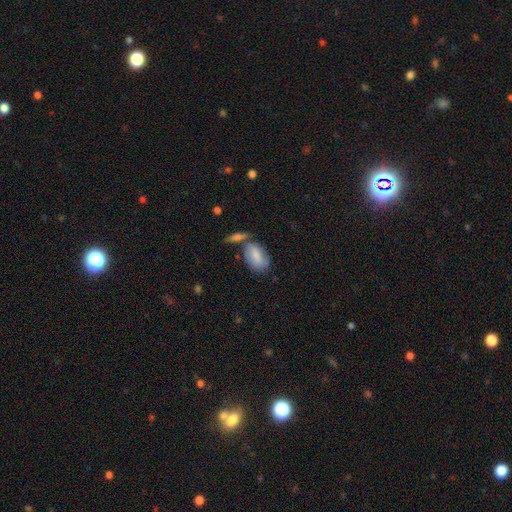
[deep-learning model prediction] A smooth galaxy with no disk features (74%) that is in between round and cigar-shaped (89%). Merging: none (49%).